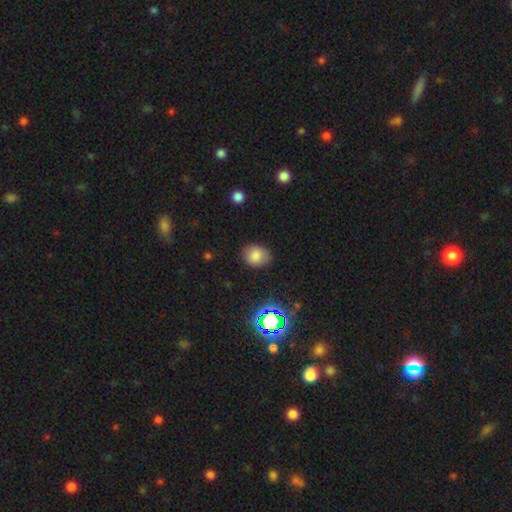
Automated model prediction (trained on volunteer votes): Smooth or featured? Predicted: smooth (p=0.79). How rounded? Predicted: round (p=0.51). Merging? Predicted: none (p=0.81).